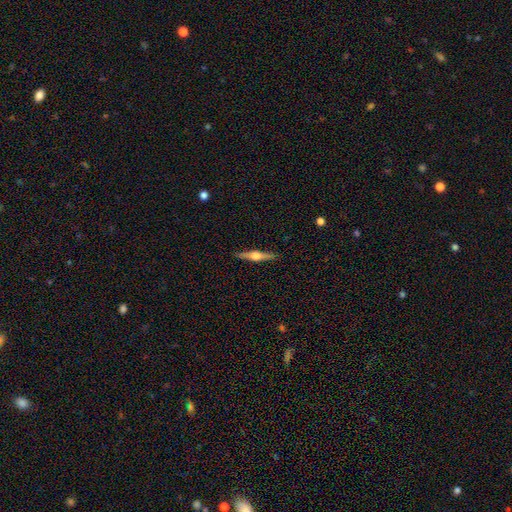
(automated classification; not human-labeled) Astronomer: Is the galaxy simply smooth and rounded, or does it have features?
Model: featured or disk — 71%.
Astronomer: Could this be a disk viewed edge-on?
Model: yes — 98%.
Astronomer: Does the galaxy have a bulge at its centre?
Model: rounded — 94%.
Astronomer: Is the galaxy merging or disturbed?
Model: none — 91%.